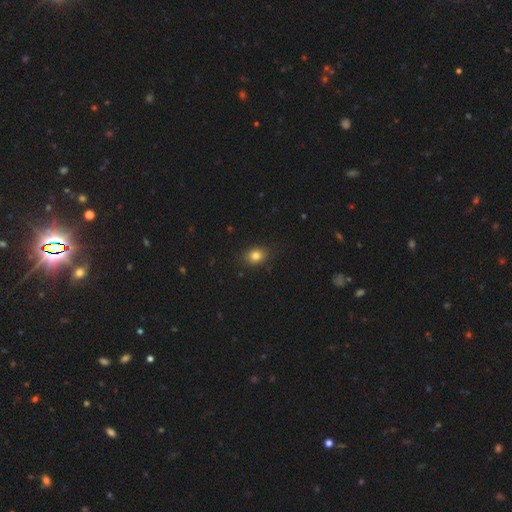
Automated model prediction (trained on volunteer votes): This appears to be a smooth galaxy with no disk features (82%) that is in between round and cigar-shaped (59%). Merging: none (84%).